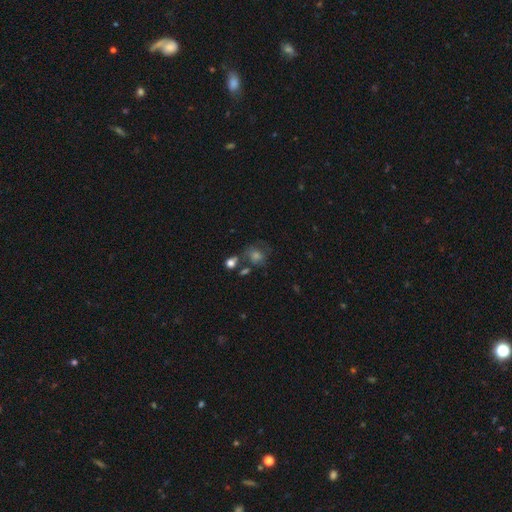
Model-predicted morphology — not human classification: Smooth or featured? Predicted: smooth (p=0.47). Merging? Predicted: none (p=0.52).